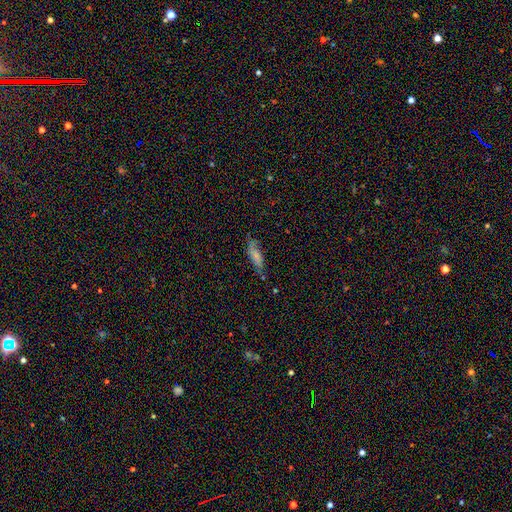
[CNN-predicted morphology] smooth-or-featured: smooth: 66% | featured or disk: 24% | star or artifact: 10%
  how-rounded: cigar-shaped: 50% | in between: 47% | round: 2%
  merging: none: 55% | minor disturbance: 29% | major disturbance: 11% | merger: 5%